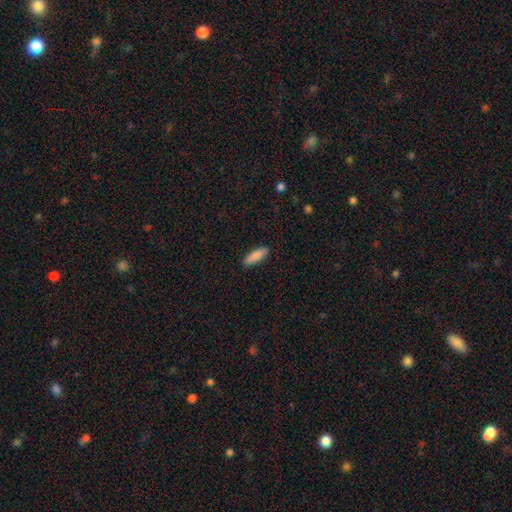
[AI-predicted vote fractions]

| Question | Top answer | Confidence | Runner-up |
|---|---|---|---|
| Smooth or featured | smooth | 87% | featured or disk (7%) |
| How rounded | cigar-shaped | 53% | in between (45%) |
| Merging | none | 88% | minor disturbance (9%) |